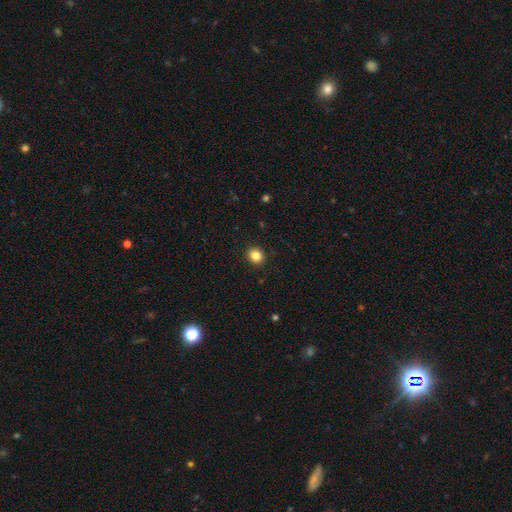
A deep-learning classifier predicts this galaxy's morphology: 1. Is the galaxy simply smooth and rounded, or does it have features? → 84% smooth, 11% star or artifact, 5% featured or disk.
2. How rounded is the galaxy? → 82% round, 17% in between, 1% cigar-shaped.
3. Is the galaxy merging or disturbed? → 92% none, 5% minor disturbance, 2% major disturbance, 1% merger.